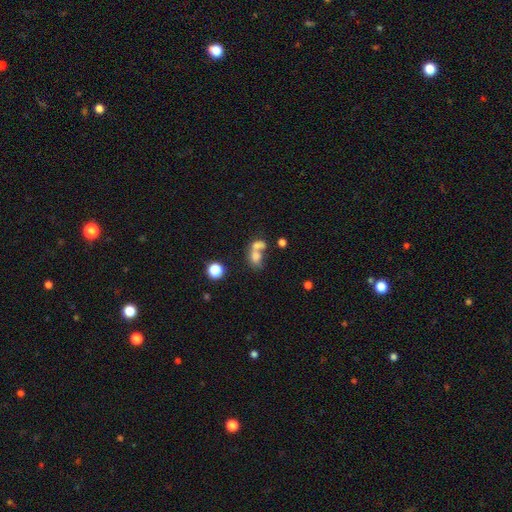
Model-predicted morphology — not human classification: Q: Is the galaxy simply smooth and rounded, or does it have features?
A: smooth — 68%.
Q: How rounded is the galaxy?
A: in between — 62%.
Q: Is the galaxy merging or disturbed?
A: merger — 65%.